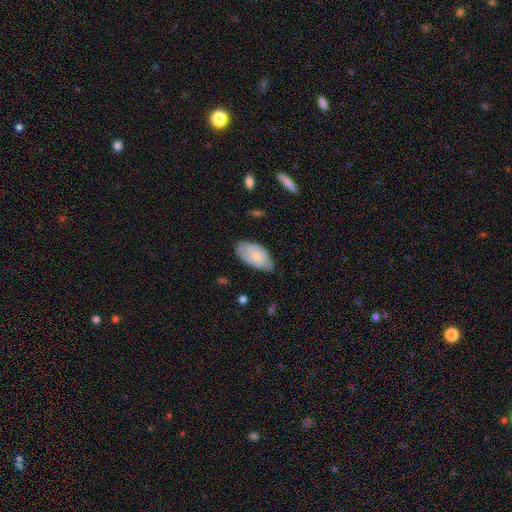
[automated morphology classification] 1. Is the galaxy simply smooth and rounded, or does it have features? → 54% smooth, 40% featured or disk, 7% star or artifact.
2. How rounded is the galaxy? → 94% in between, 3% cigar-shaped, 3% round.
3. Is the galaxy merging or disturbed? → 71% none, 23% minor disturbance, 4% major disturbance, 1% merger.